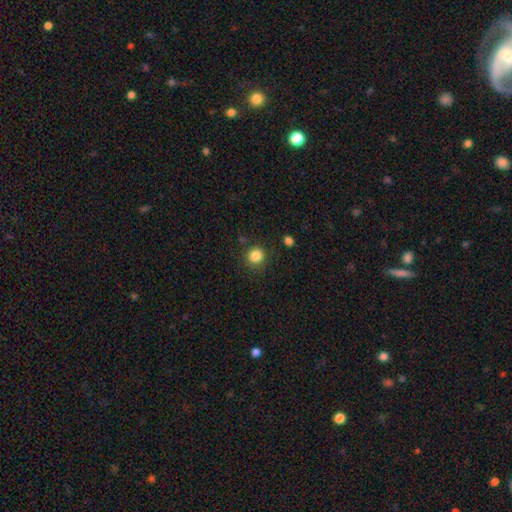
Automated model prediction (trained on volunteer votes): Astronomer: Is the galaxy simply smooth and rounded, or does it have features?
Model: smooth — 85%.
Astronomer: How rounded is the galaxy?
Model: round — 92%.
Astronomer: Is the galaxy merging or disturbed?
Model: none — 87%.